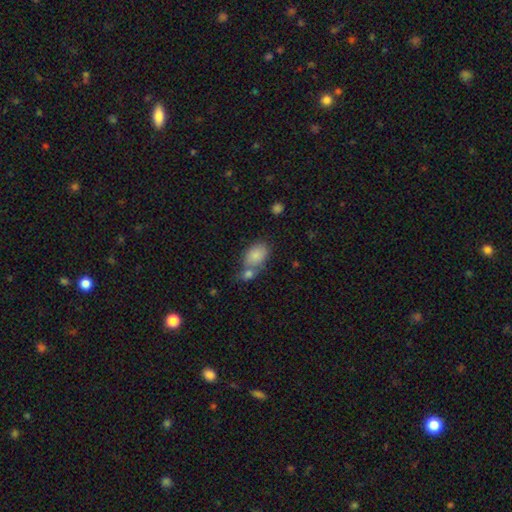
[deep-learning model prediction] This is clearly a smooth galaxy (84%). How rounded: clearly in between (85%). Merging: marginally none (41%).